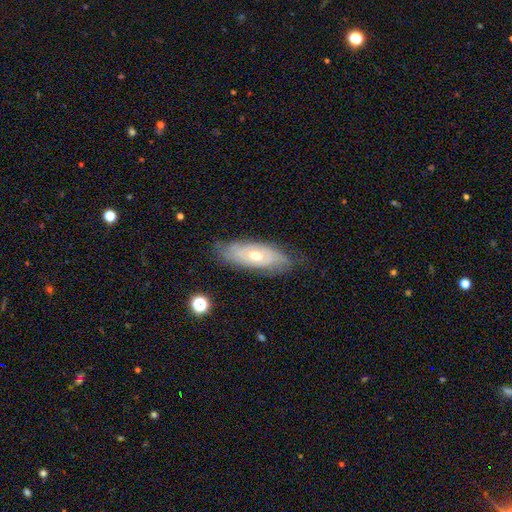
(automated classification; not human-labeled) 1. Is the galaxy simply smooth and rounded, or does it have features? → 70% featured or disk, 23% smooth, 7% star or artifact.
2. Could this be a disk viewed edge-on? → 83% no, 17% yes.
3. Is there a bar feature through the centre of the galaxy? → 70% no, 24% weak, 6% strong.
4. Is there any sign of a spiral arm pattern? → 77% yes, 23% no.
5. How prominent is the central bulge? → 71% moderate, 22% small, 6% large, 1% none, 1% dominant.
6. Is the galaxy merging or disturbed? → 73% none, 20% minor disturbance, 5% major disturbance, 1% merger.